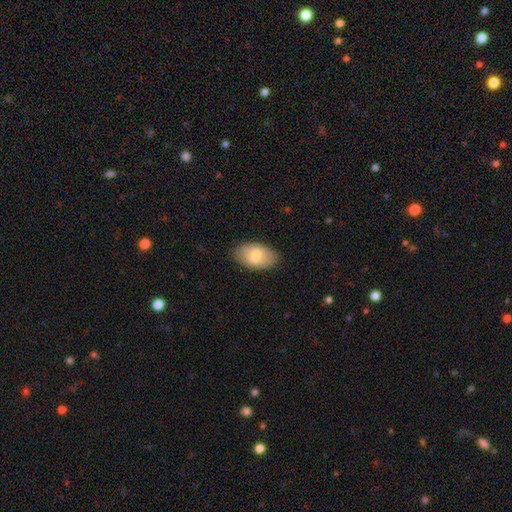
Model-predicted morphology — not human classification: type=smooth (73%); roundness=in between (93%); merging=none (83%).